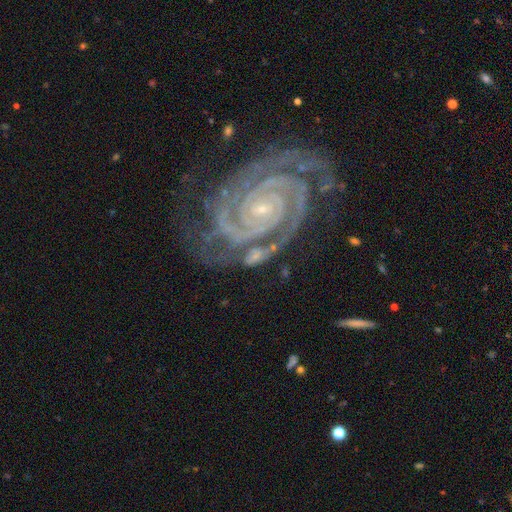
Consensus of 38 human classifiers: Smooth or featured? featured or disk (87%)
Edge-on disk? no (100%)
Bar? no (55%)
Spiral arms? yes (91%)
Spiral winding? tight (87%)
Spiral arm count? 2 (77%)
Bulge size? small (85%)
Merging? none (42%)